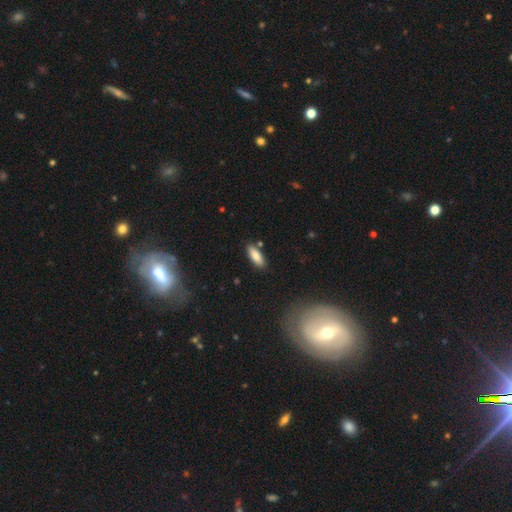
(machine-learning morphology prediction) The model was most divided on "how rounded": in between: 67%, cigar-shaped: 31%, round: 2%. More confident: merging — none (84%); smooth or featured — smooth (84%).